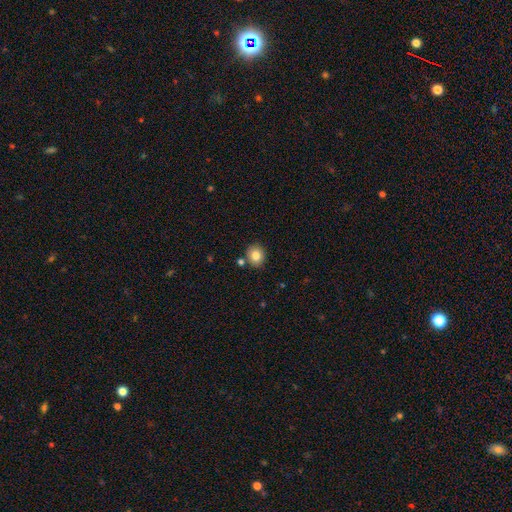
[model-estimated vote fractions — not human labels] Morphology: type=smooth (83%); roundness=round (77%); merging=none (81%).